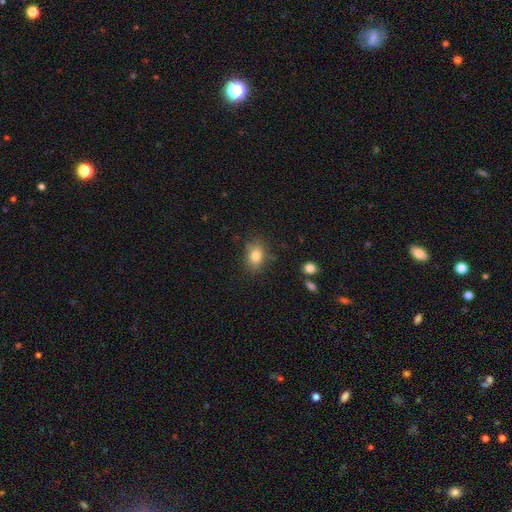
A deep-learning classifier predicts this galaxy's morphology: Overall: smooth (81%). How rounded: in between (77%). Merging: none (79%).